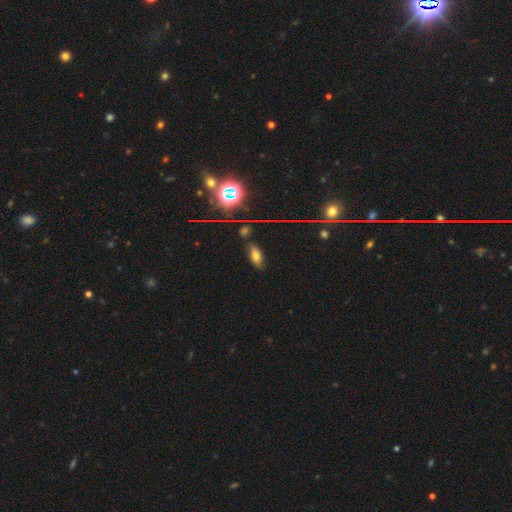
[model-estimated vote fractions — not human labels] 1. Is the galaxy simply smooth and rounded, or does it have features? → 60% smooth, 22% star or artifact, 18% featured or disk.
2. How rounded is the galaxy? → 82% in between, 13% cigar-shaped, 5% round.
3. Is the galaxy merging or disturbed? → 75% none, 17% minor disturbance, 5% major disturbance, 4% merger.